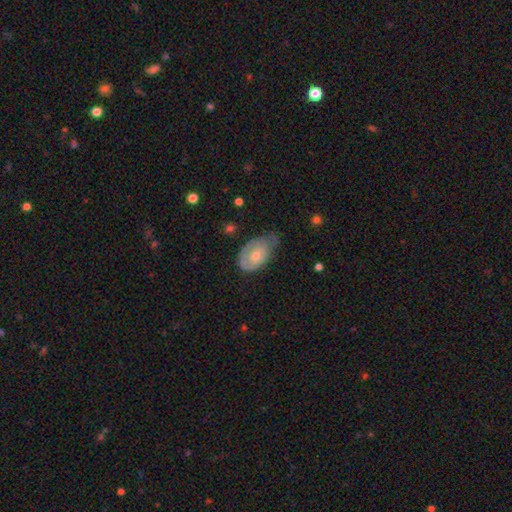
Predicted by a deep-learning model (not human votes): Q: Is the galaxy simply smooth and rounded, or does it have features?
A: featured or disk — 48%.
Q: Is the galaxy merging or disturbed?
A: minor disturbance — 42%.